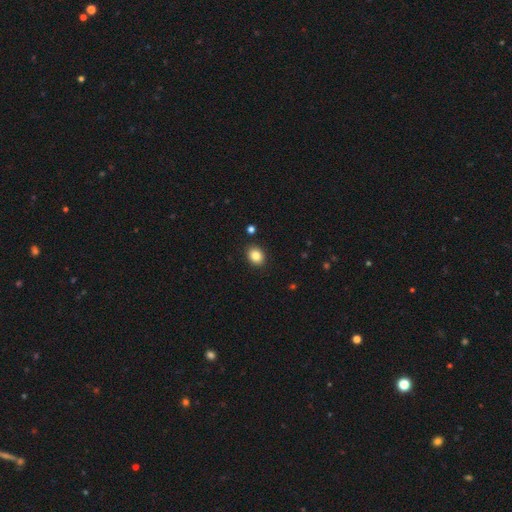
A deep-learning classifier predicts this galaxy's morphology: Smooth or featured: smooth — 85% (star or artifact — 10%)
How rounded: in between — 54% (round — 45%)
Merging: none — 89% (minor disturbance — 7%)